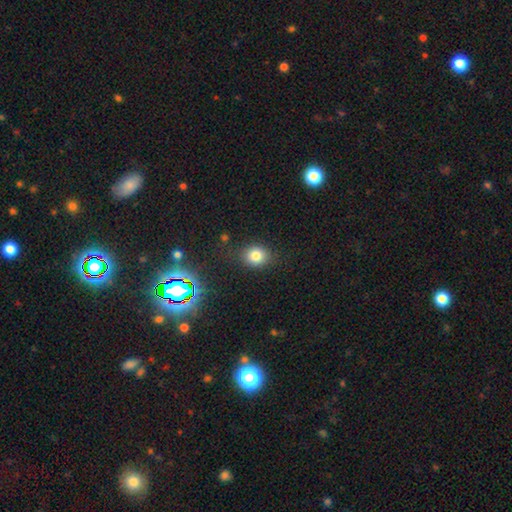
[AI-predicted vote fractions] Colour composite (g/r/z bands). It shows a smooth galaxy with no disk features (79%) that is round (63%). Merging: none (81%).